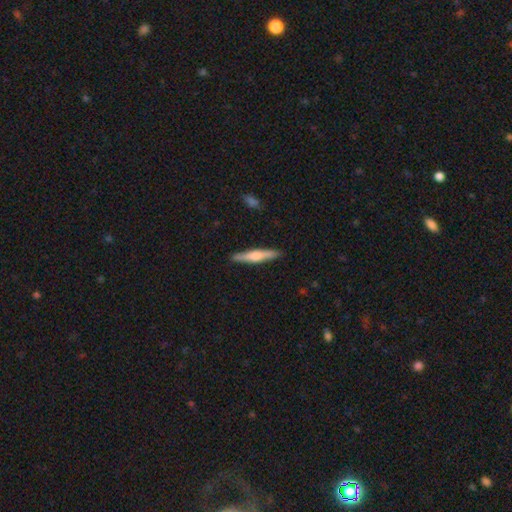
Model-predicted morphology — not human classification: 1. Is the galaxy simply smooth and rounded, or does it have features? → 47% smooth (tied), 47% featured or disk (tied), 6% star or artifact.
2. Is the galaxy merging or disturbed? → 89% none, 8% minor disturbance, 2% major disturbance, 1% merger.